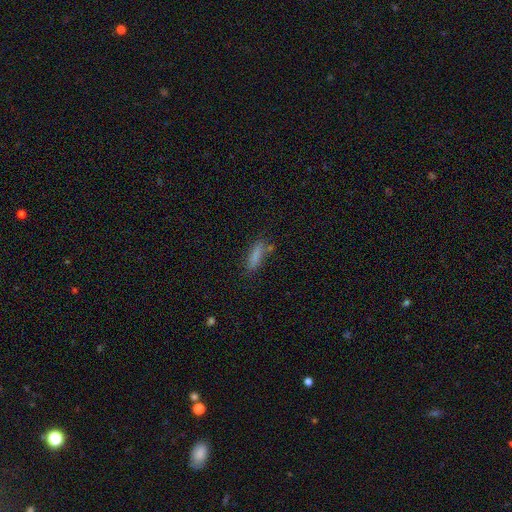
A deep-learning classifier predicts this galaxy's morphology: smooth_or_featured: smooth (p=0.81) [alt: featured or disk p=0.09]
how_rounded: cigar-shaped (p=0.65) [alt: in between p=0.33]
merging: none (p=0.71) [alt: minor disturbance p=0.17]